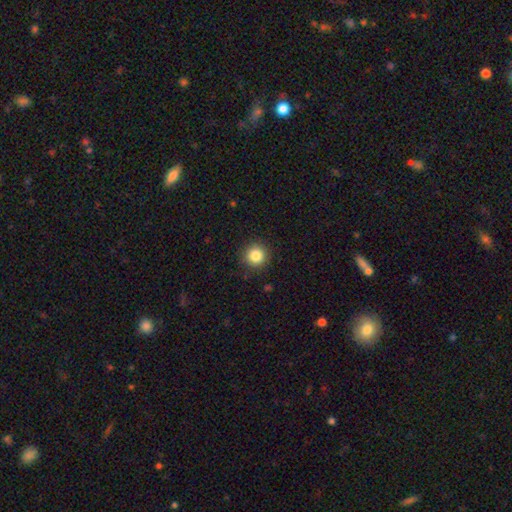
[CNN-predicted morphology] smooth 84%, star or artifact 11%, featured or disk 5%. Down the decision tree: how rounded — round (95%); merging — none (91%).